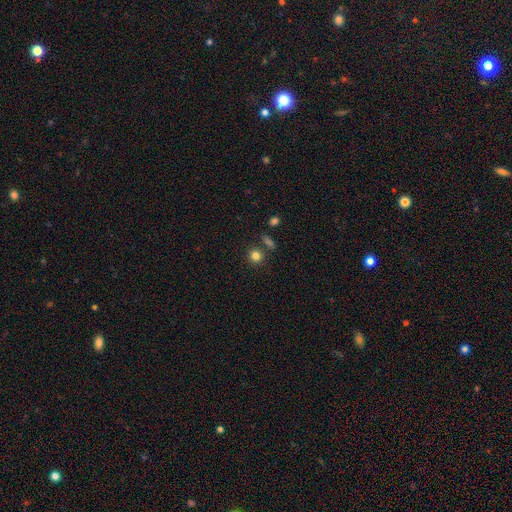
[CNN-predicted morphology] Smooth or featured: smooth — 80% (star or artifact — 13%)
How rounded: round — 87% (in between — 12%)
Merging: none — 78% (merger — 10%)